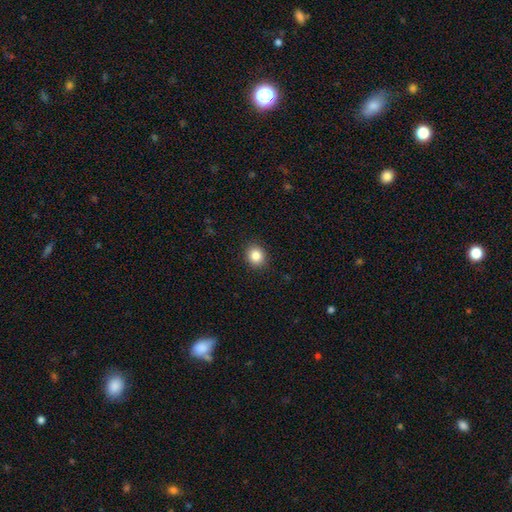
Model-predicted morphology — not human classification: smooth 86%, star or artifact 10%, featured or disk 4%. Down the decision tree: how rounded — round (73%); merging — none (90%).